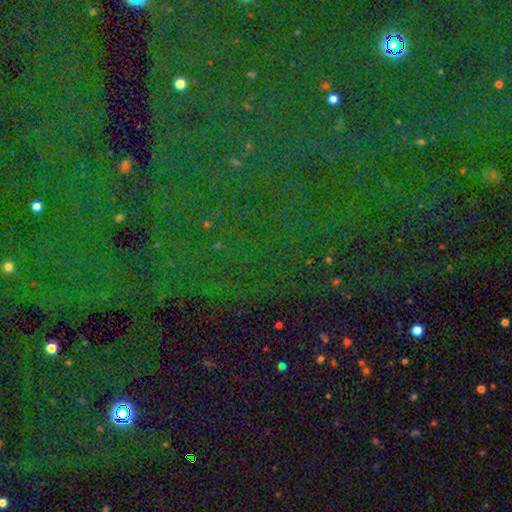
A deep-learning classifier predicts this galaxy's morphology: Smooth or featured? star or artifact (85%)